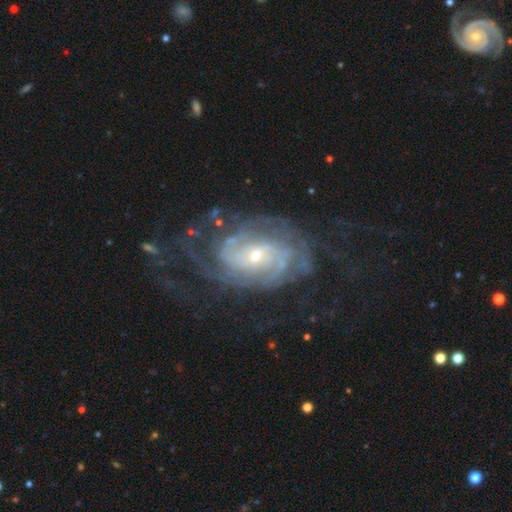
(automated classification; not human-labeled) Morphology: type=featured or disk (87%); edge-on=no (96%); bar=no (55%); spiral arms=yes (95%); winding=tight (63%); arm count=can't tell (38%); bulge=small (59%); merging=none (62%).